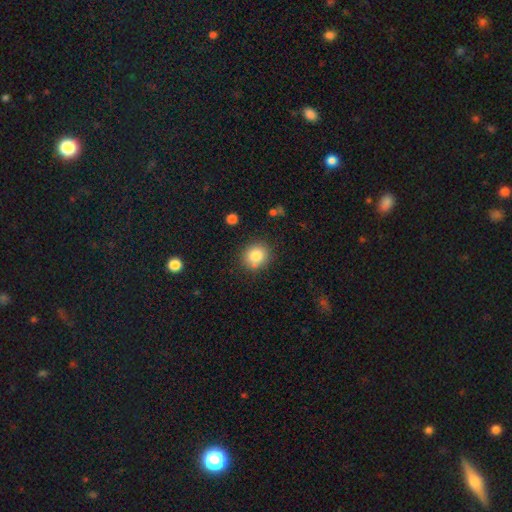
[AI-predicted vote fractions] smooth-or-featured: smooth: 83% | star or artifact: 10% | featured or disk: 7%
  how-rounded: round: 81% | in between: 18% | cigar-shaped: 1%
  merging: none: 83% | minor disturbance: 11% | merger: 3% | major disturbance: 3%